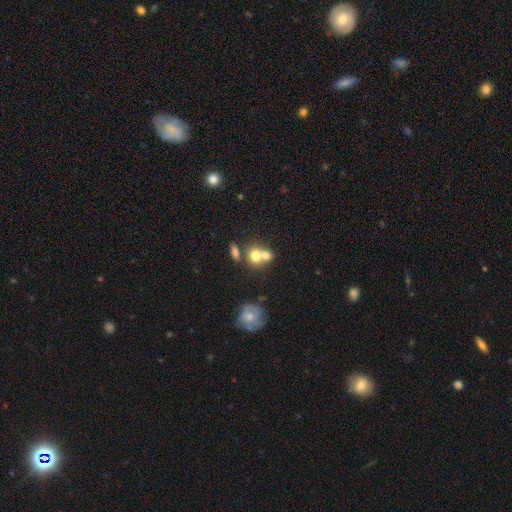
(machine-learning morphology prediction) The model was most divided on "merging": merger: 58%, none: 30%, minor disturbance: 7%, major disturbance: 4%. More confident: smooth or featured — smooth (71%); how rounded — round (70%).